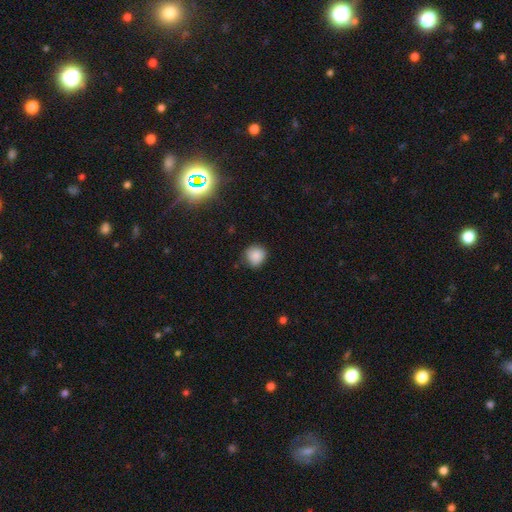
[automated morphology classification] A smooth galaxy with no disk features (86%) that is round (87%).

Vote fractions:
- Smooth or featured? smooth: 86% / star or artifact: 9% / featured or disk: 5%
- How rounded? round: 87% / in between: 12% / cigar-shaped: 1%
- Merging? none: 74% / minor disturbance: 20% / major disturbance: 4% / merger: 2%